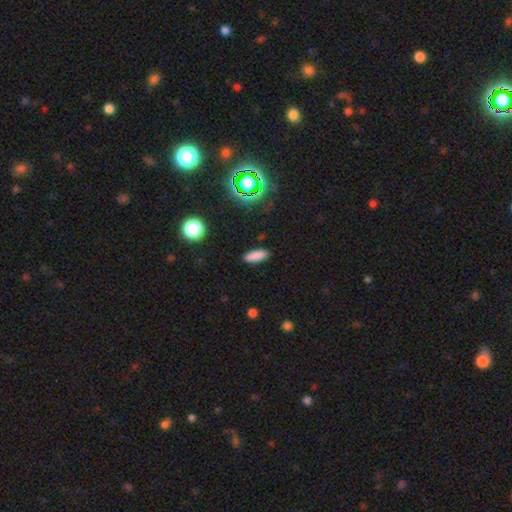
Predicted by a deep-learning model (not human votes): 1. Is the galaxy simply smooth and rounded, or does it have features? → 83% smooth, 12% star or artifact, 5% featured or disk.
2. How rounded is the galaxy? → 65% in between, 33% cigar-shaped, 3% round.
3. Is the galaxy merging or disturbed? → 89% none, 8% minor disturbance, 2% major disturbance, 1% merger.